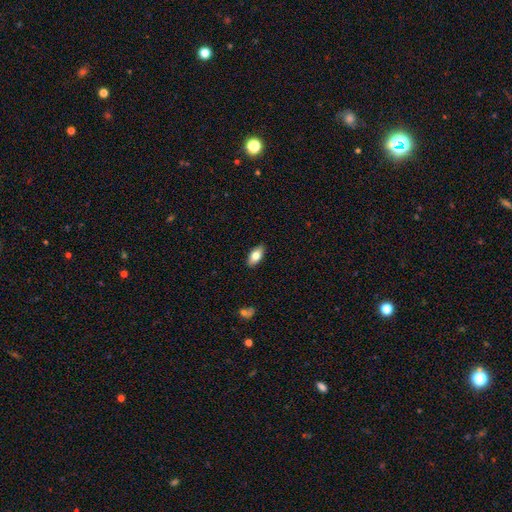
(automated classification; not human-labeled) smooth 76%, featured or disk 17%, star or artifact 7%. Down the decision tree: how rounded — in between (90%); merging — none (89%).